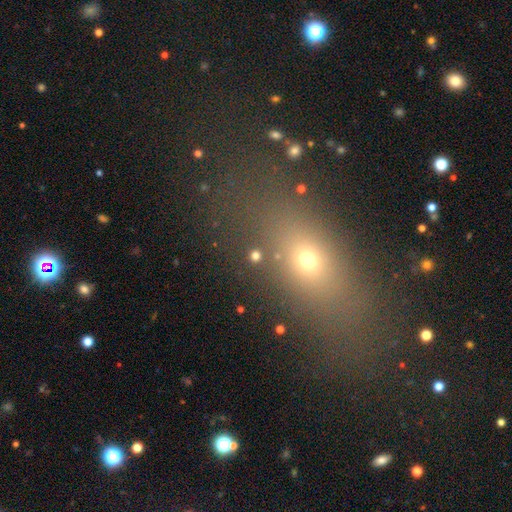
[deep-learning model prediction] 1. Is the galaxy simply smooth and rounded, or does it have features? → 72% smooth, 21% star or artifact, 7% featured or disk.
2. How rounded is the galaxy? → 82% round, 16% in between, 2% cigar-shaped.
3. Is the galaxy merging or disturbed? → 84% none, 6% minor disturbance, 6% merger, 4% major disturbance.